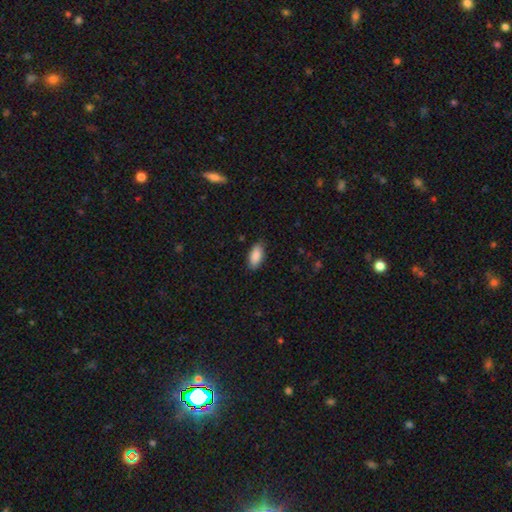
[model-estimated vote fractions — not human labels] A smooth galaxy with no disk features (89%) that is in between round and cigar-shaped (91%). Merging: none (85%).